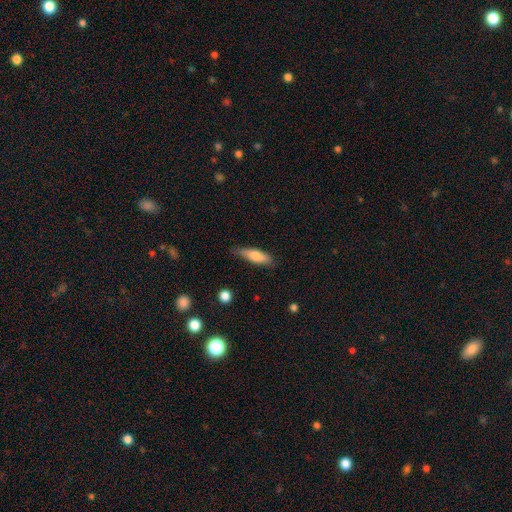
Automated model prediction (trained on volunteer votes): This appears to be a smooth galaxy with no disk features (76%) that is cigar-shaped (55%). Merging: none (71%).